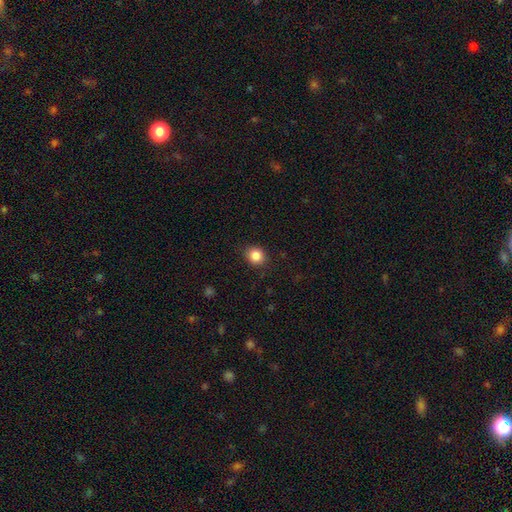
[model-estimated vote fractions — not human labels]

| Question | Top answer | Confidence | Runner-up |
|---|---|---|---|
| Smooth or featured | smooth | 85% | star or artifact (10%) |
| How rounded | round | 78% | in between (21%) |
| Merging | none | 88% | minor disturbance (9%) |